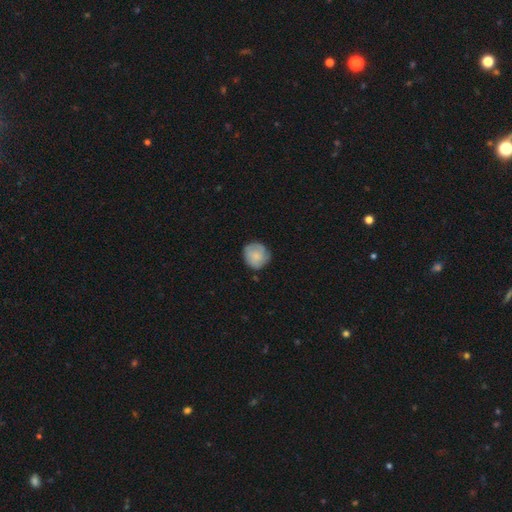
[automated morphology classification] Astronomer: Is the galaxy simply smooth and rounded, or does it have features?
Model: smooth — 70%.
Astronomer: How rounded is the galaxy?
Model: round — 91%.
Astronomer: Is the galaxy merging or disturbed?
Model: none — 78%.